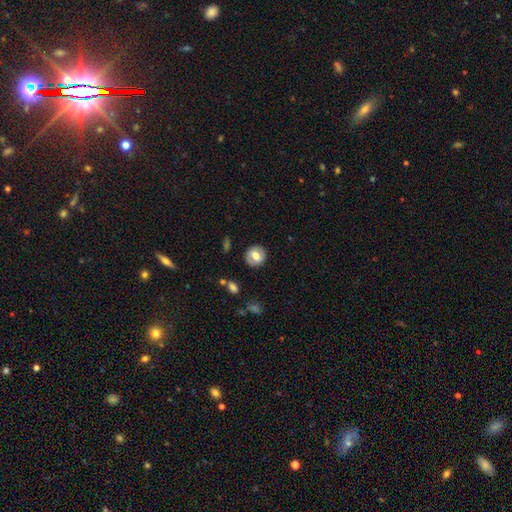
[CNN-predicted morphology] smooth-or-featured: smooth: 63% | featured or disk: 29% | star or artifact: 8%
  how-rounded: round: 84% | in between: 15% | cigar-shaped: 1%
  merging: none: 86% | minor disturbance: 9% | major disturbance: 3% | merger: 1%